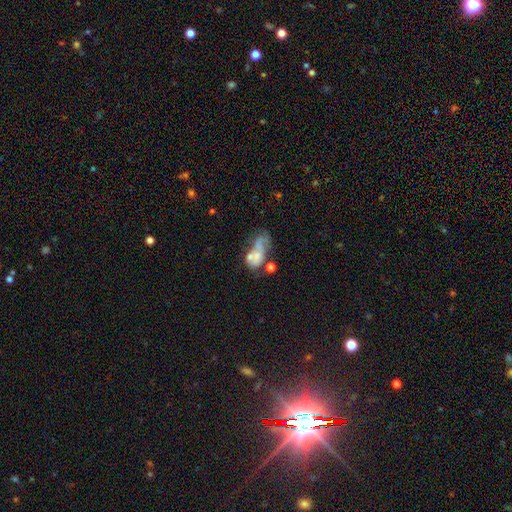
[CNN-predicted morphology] The model was most divided on "smooth or featured": smooth: 45%, featured or disk: 44%, star or artifact: 11%. Remaining: merging — merger (40%).